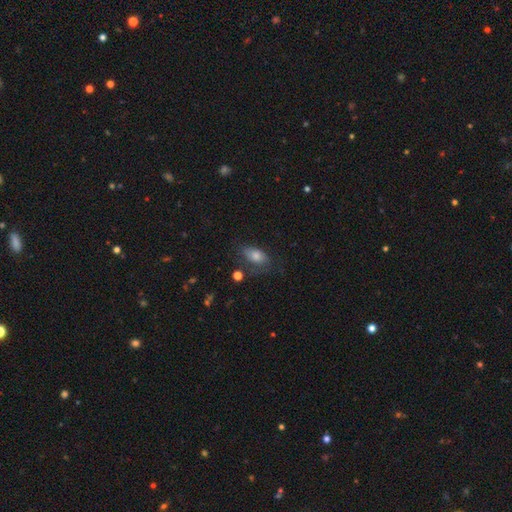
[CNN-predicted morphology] type=smooth (66%); roundness=in between (86%); merging=none (56%).